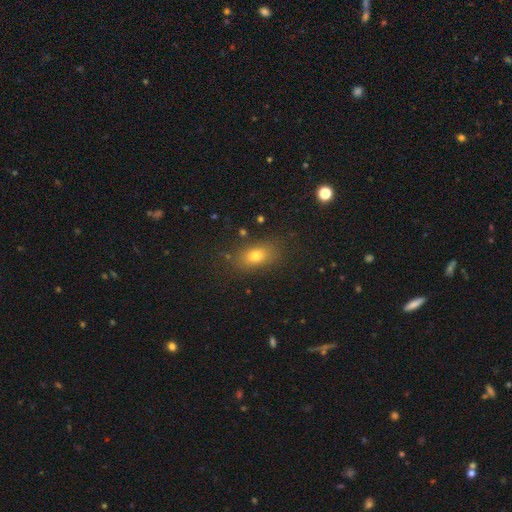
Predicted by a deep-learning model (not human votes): Q: Smooth or featured?
A: smooth (75%); runner-up: star or artifact (13%)
Q: How rounded?
A: in between (80%); runner-up: round (14%)
Q: Merging?
A: none (80%); runner-up: minor disturbance (13%)